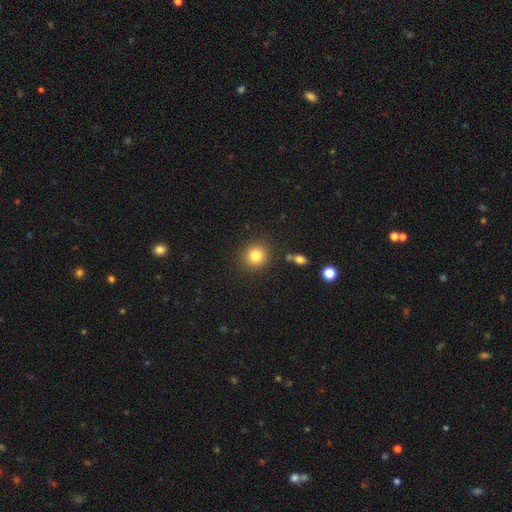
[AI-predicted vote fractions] The model was most divided on "smooth or featured": smooth: 83%, star or artifact: 11%, featured or disk: 7%. More confident: how rounded — round (89%); merging — none (87%).